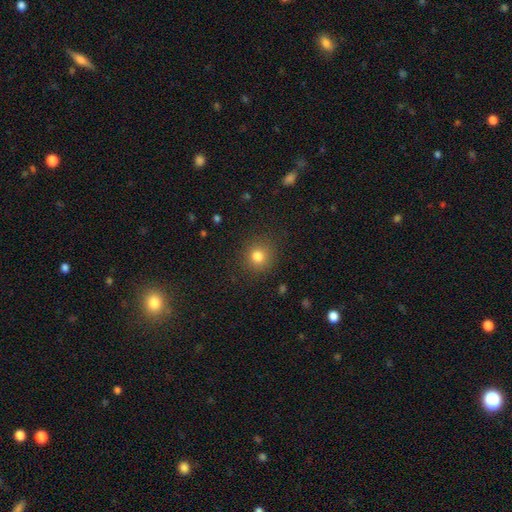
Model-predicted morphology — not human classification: Smooth or featured?
  - smooth: 81% *
  - star or artifact: 13%
  - featured or disk: 6%
How rounded?
  - round: 89% *
  - in between: 10%
  - cigar-shaped: 1%
Merging?
  - none: 88% *
  - minor disturbance: 8%
  - major disturbance: 3%
  - merger: 1%